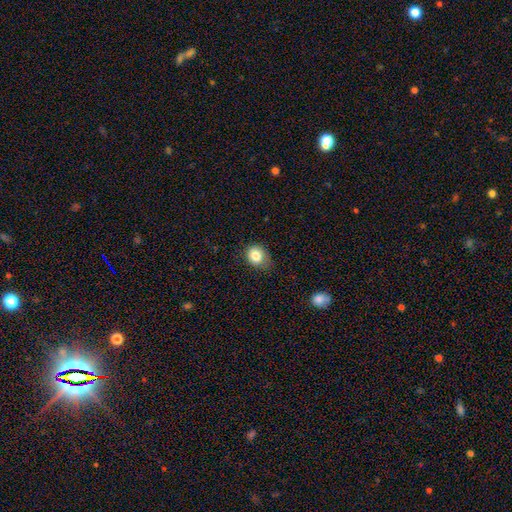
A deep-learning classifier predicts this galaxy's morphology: This is clearly a smooth galaxy (83%). How rounded: likely round (65%). Merging: likely none (69%).